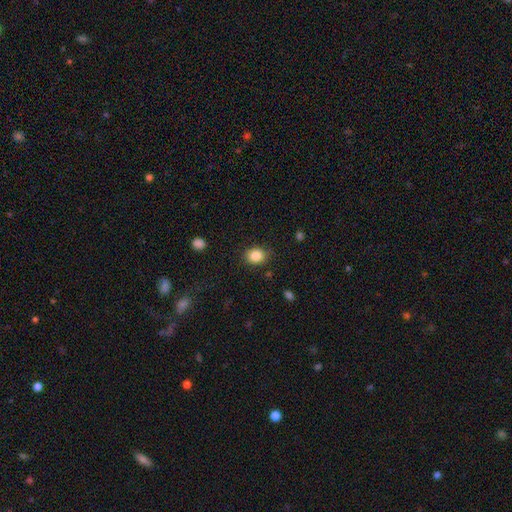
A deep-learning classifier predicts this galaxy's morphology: smooth_or_featured: smooth (p=0.85) [alt: star or artifact p=0.09]
how_rounded: round (p=0.57) [alt: in between p=0.42]
merging: none (p=0.85) [alt: minor disturbance p=0.11]